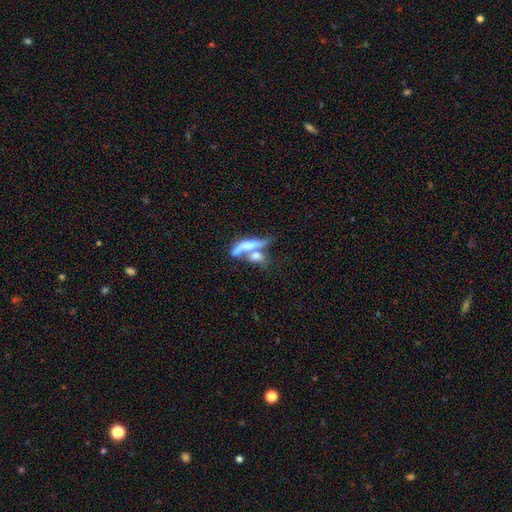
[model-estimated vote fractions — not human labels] This appears to be a smooth galaxy with no disk features (54%) that is cigar-shaped (48%). Merging: merger (61%).